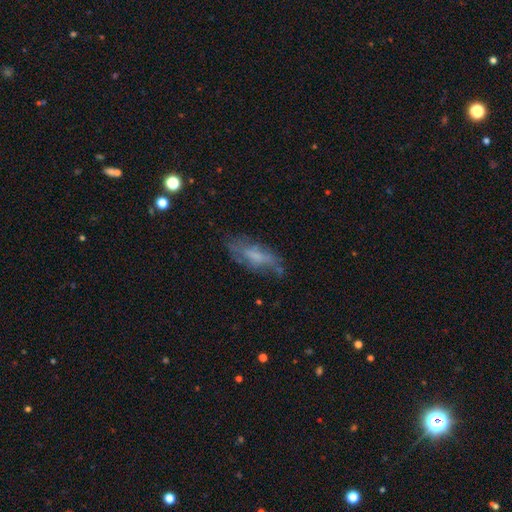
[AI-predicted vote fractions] Smooth or featured: smooth — 49% (featured or disk — 42%)
Merging: none — 58% (minor disturbance — 25%)